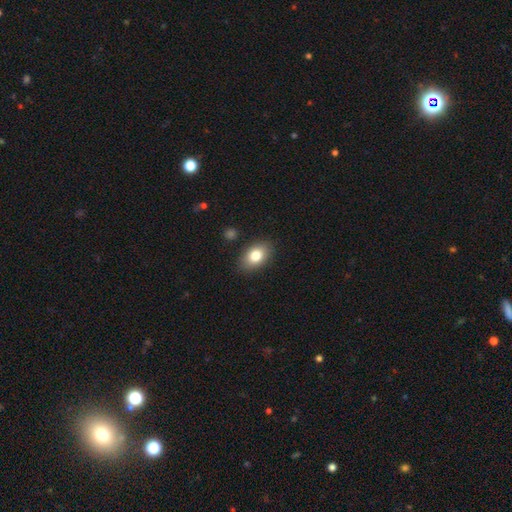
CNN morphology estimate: This appears to be a smooth galaxy with no disk features (80%) that is in between round and cigar-shaped (87%). Merging: none (86%).